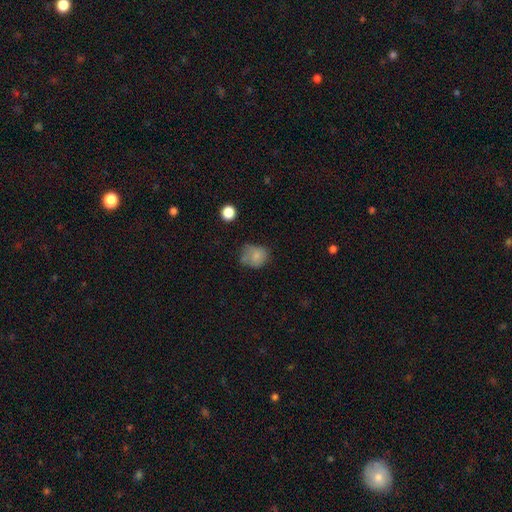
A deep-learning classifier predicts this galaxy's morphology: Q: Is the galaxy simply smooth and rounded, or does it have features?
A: smooth — 76%.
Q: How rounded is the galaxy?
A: round — 59%.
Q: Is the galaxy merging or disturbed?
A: none — 46%.